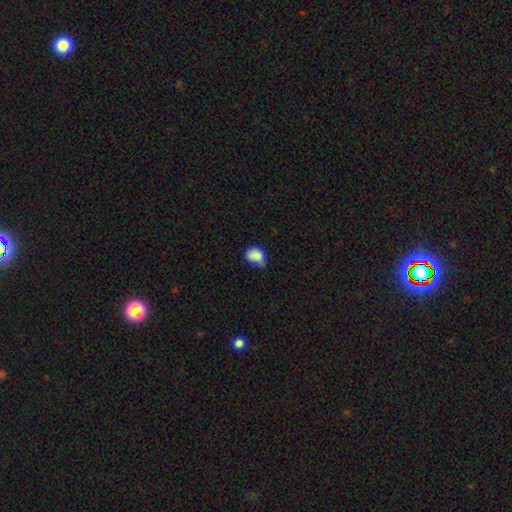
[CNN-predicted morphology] smooth_or_featured: smooth (p=0.83) [alt: star or artifact p=0.09]
how_rounded: in between (p=0.56) [alt: round p=0.43]
merging: minor disturbance (p=0.47) [alt: none p=0.30]